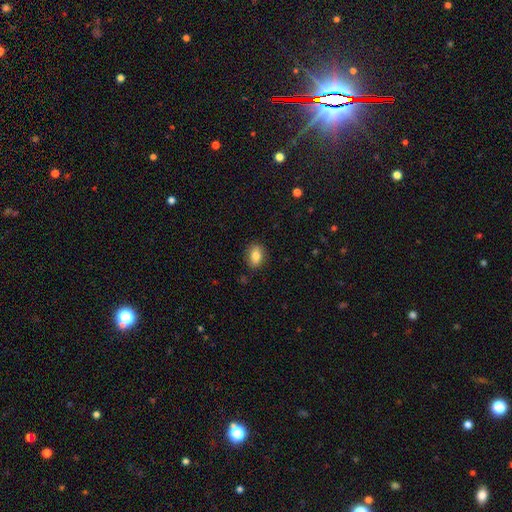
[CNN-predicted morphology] A smooth galaxy with no disk features (83%) that is in between round and cigar-shaped (77%). Merging: none (86%).